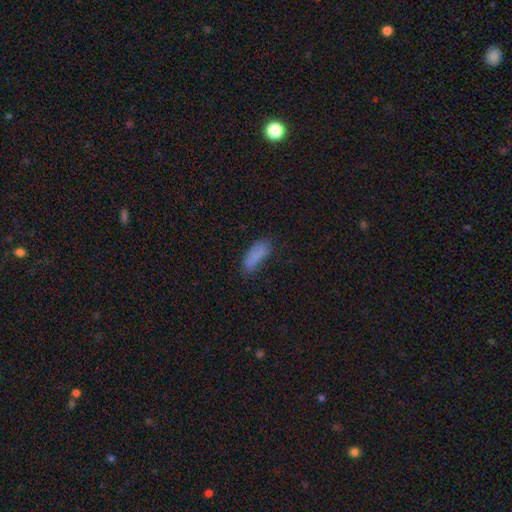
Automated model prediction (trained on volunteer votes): The model was most divided on "merging": none: 65%, minor disturbance: 25%, major disturbance: 8%, merger: 2%. More confident: smooth or featured — smooth (81%); how rounded — in between (69%).